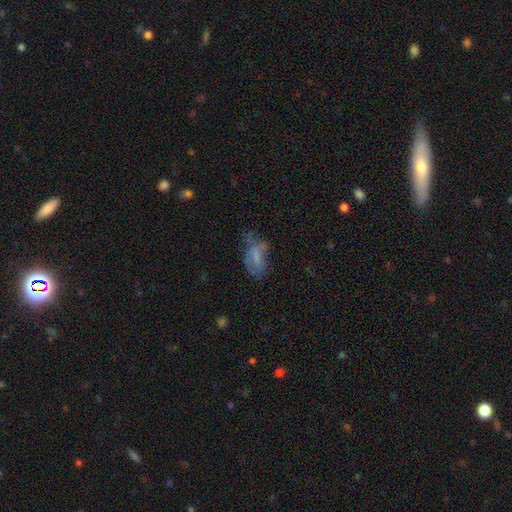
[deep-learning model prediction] Overall: smooth (56%; featured or disk 31%). How rounded: in between (86%). Merging: none (36%; major disturbance 30%).